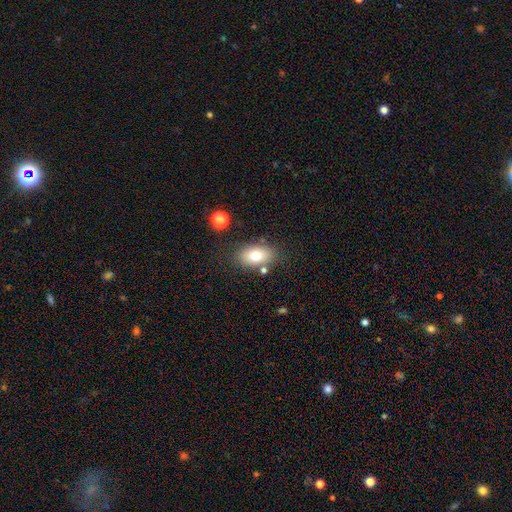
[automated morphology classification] This appears to be a smooth galaxy with no disk features (75%) that is in between round and cigar-shaped (88%). Merging: none (76%).